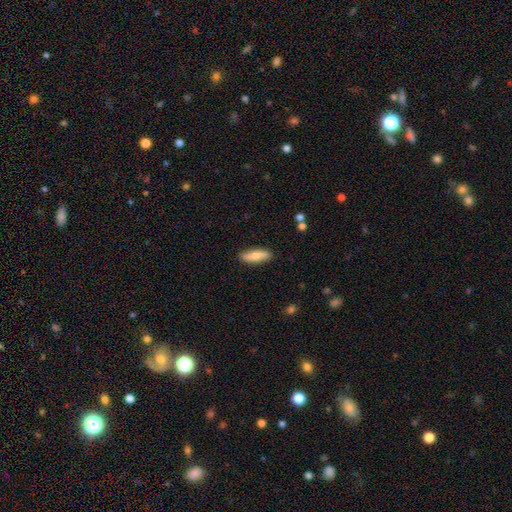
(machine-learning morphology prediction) Smooth or featured? Predicted: smooth (p=0.70). How rounded? Predicted: in between (p=0.50). Merging? Predicted: none (p=0.87).